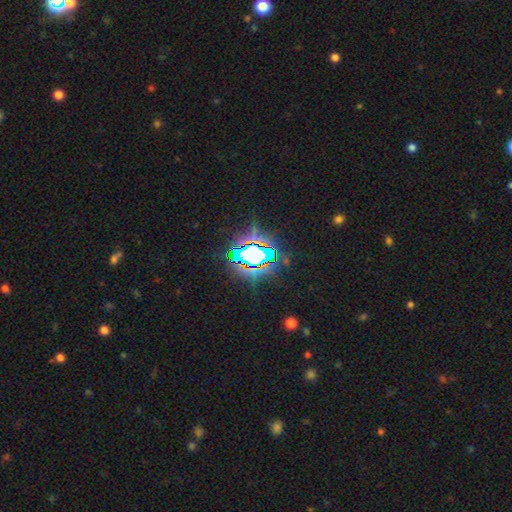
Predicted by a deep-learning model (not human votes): This is likely a star or artifact rather than a galaxy (66%).